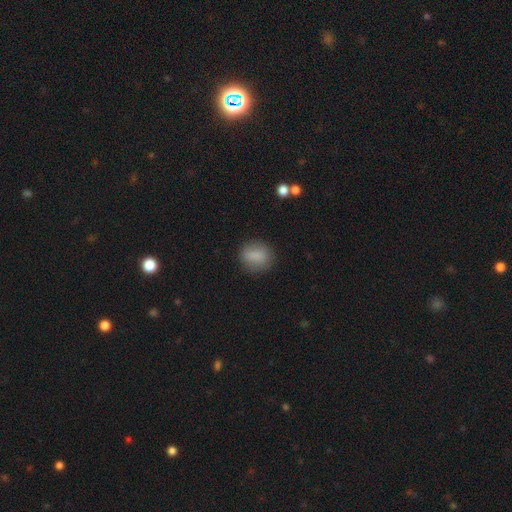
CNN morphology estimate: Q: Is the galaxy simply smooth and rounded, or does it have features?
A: smooth — 83%.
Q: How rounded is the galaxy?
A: round — 63%.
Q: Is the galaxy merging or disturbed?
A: none — 82%.